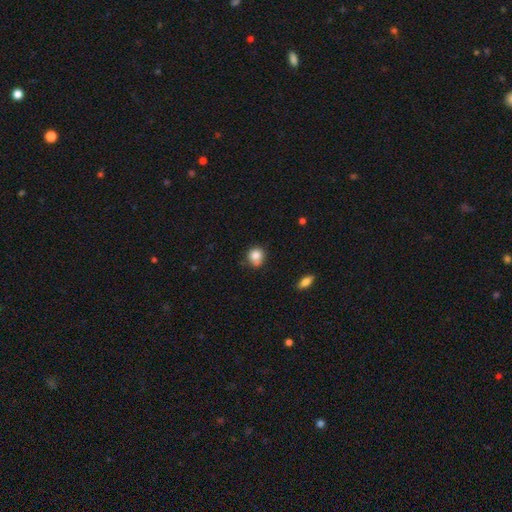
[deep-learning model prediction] smooth 83%, star or artifact 10%, featured or disk 7%. Down the decision tree: how rounded — round (77%); merging — none (62%).